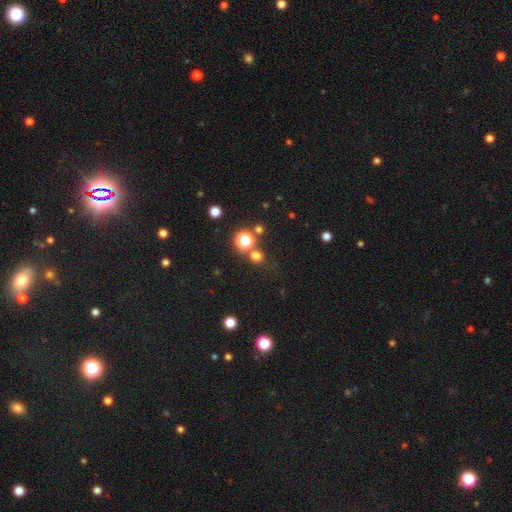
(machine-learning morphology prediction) smooth 65%, star or artifact 29%, featured or disk 6%. Down the decision tree: how rounded — round (87%); merging — none (74%).